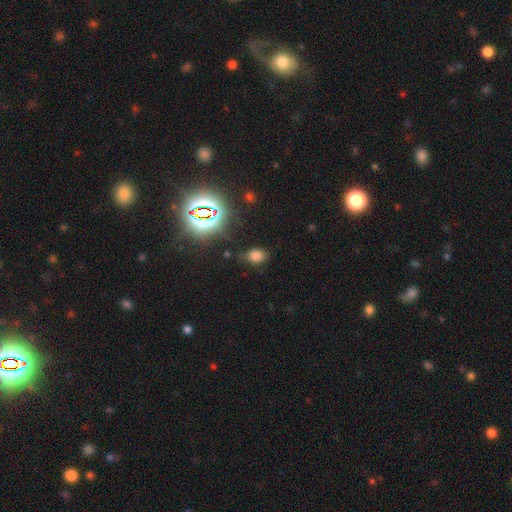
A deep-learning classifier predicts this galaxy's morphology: type=smooth (67%); roundness=in between (72%); merging=none (71%).